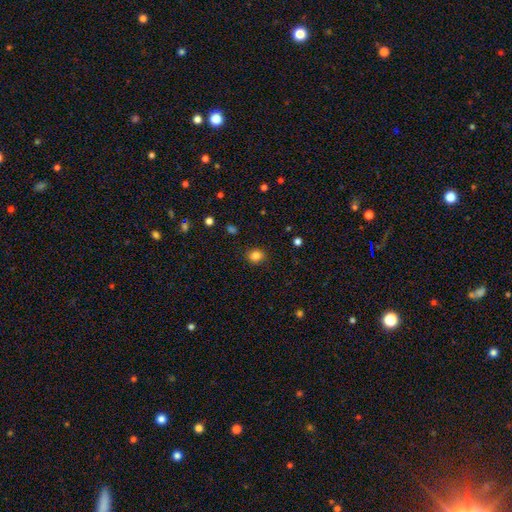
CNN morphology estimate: This is clearly a smooth galaxy (84%). How rounded: likely round (79%). Merging: clearly none (89%).